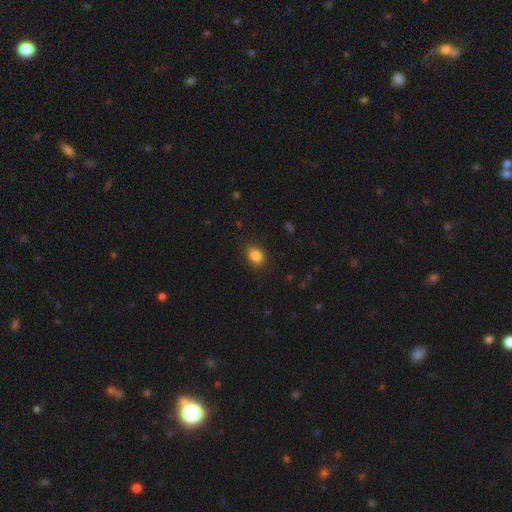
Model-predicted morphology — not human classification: A smooth galaxy with no disk features (86%) that is in between round and cigar-shaped (70%).

Vote fractions:
- Smooth or featured? smooth: 86% / star or artifact: 10% / featured or disk: 5%
- How rounded? in between: 70% / round: 28% / cigar-shaped: 1%
- Merging? none: 84% / minor disturbance: 12% / major disturbance: 3% / merger: 1%